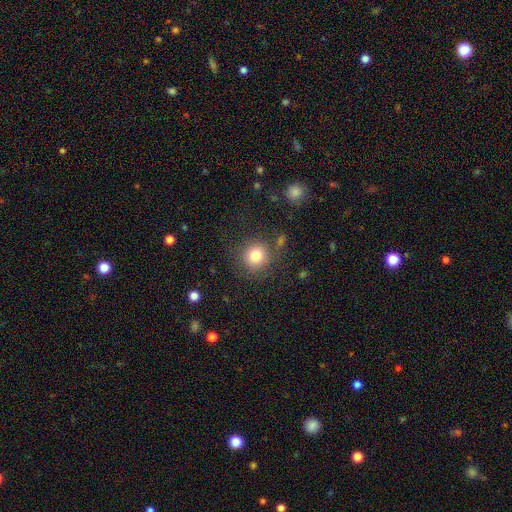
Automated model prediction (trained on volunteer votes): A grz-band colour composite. It shows a smooth galaxy with no disk features (80%) that is round (92%). Merging: none (82%).